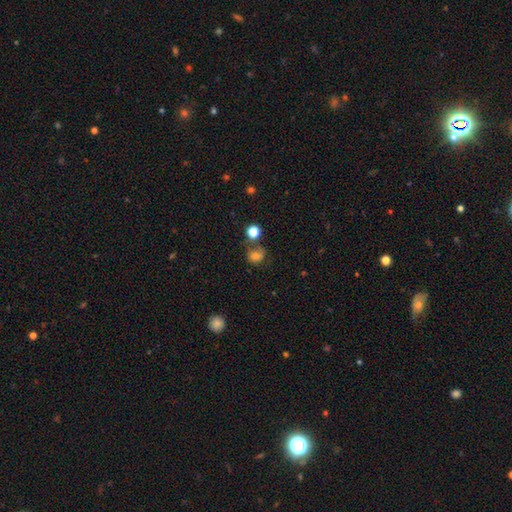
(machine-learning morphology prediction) This is likely a smooth galaxy (72%). How rounded: likely round (71%). Merging: possibly none (51%).